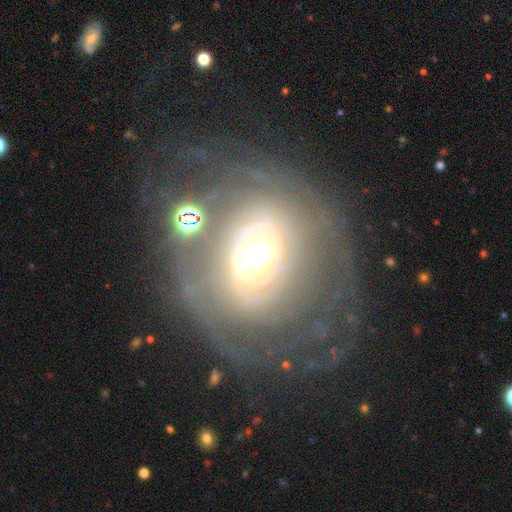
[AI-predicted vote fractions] A featured or disk galaxy (85%) with no bar (37%), tight (68%) spiral arms (87%) and a moderate central bulge (60%).

Vote fractions:
- Smooth or featured? featured or disk: 85% / smooth: 8% / star or artifact: 7%
- Edge-on disk? no: 96% / yes: 4%
- Bar? no: 37% / weak: 36% / strong: 26%
- Spiral arms? yes: 87% / no: 13%
- Spiral winding? tight: 68% / medium: 23% / loose: 9%
- Spiral arm count? can't tell: 41% / 2: 24% / 3: 12% / 4: 8% / more than 4: 8% / 1: 7%
- Bulge size? moderate: 60% / large: 24% / small: 12% / dominant: 3% / none: 1%
- Merging? none: 64% / minor disturbance: 16% / major disturbance: 15% / merger: 5%